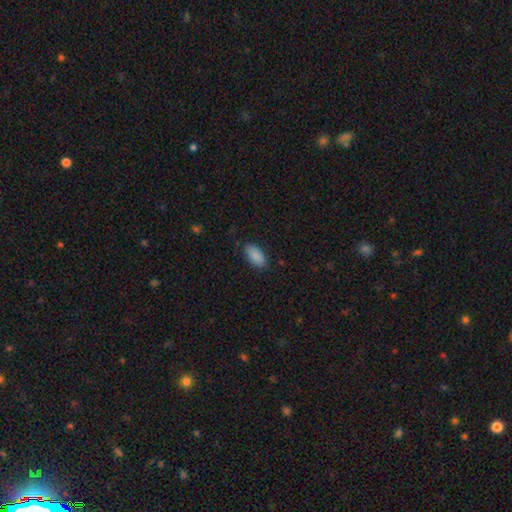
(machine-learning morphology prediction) smooth 89%, star or artifact 7%, featured or disk 4%. Down the decision tree: how rounded — in between (91%); merging — none (82%).